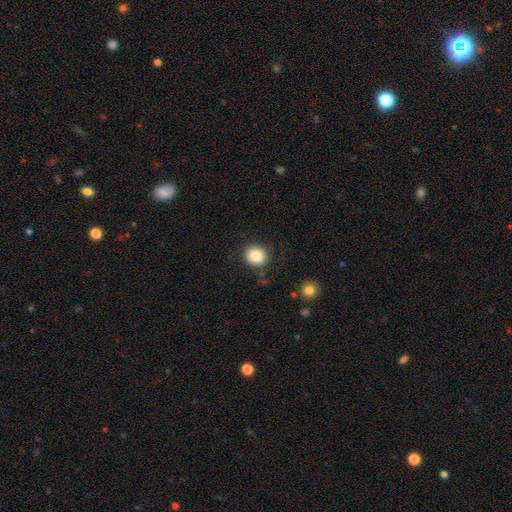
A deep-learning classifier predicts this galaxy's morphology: This is clearly a smooth galaxy (87%). How rounded: likely round (77%). Merging: clearly none (85%).